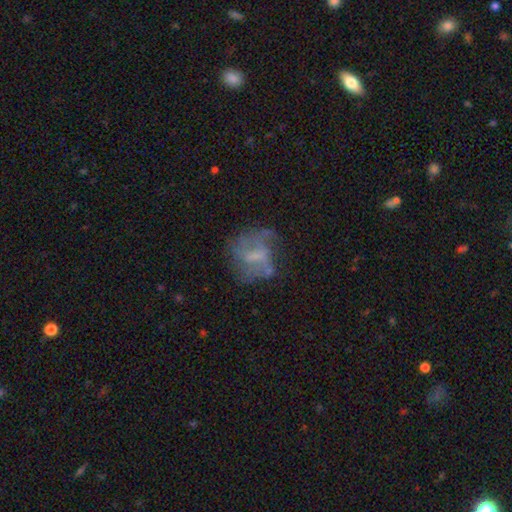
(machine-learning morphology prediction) smooth-or-featured: featured or disk: 59% | smooth: 30% | star or artifact: 11%
  disk-edge-on: no: 97% | yes: 3%
    bar: weak: 46% | no: 37% | strong: 17%
    has-spiral-arms: yes: 52% | no: 48%
    bulge-size: none: 41% | small: 31% | moderate: 24% | large: 4% | dominant: 1%
  merging: none: 48% | major disturbance: 26% | minor disturbance: 22% | merger: 5%